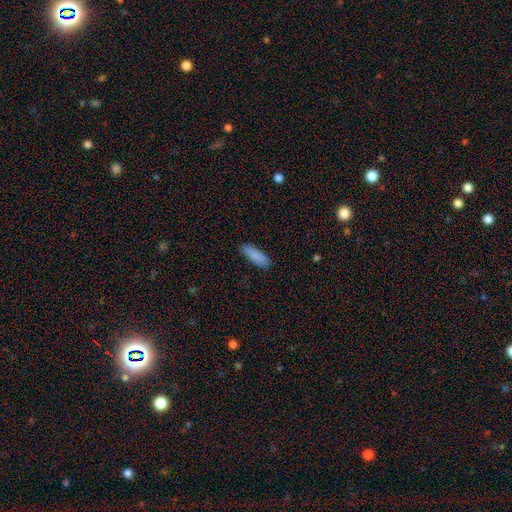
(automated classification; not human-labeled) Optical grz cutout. It shows a smooth galaxy with no disk features (87%) that is in between round and cigar-shaped (56%). Merging: none (84%).